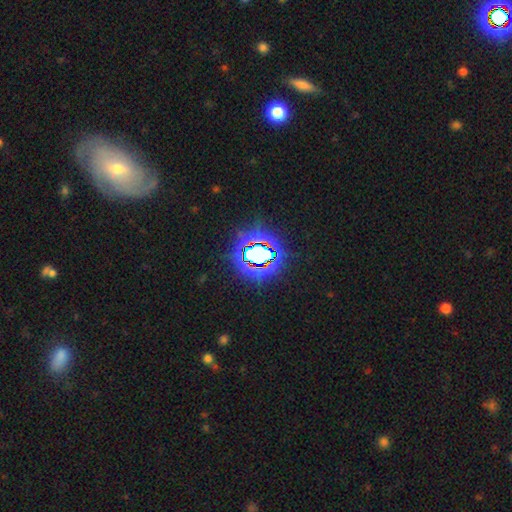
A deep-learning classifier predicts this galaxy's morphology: The model was most divided on "smooth or featured": star or artifact: 73%, smooth: 14%, featured or disk: 13%.